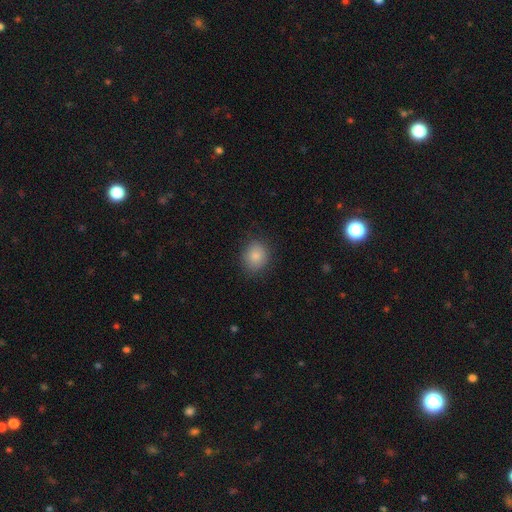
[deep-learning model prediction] A smooth galaxy with no disk features (85%) that is round (67%). Merging: none (84%).